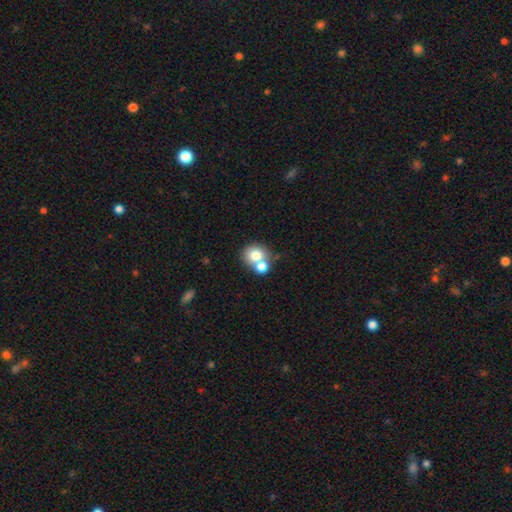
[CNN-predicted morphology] Smooth or featured? Predicted: smooth (p=0.73). How rounded? Predicted: round (p=0.75). Merging? Predicted: merger (p=0.55).